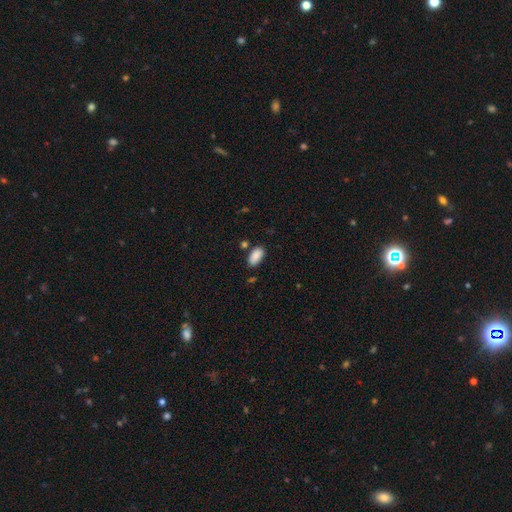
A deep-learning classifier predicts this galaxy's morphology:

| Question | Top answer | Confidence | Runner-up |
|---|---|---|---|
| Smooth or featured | smooth | 89% | star or artifact (7%) |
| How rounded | in between | 94% | cigar-shaped (3%) |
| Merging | none | 79% | minor disturbance (13%) |